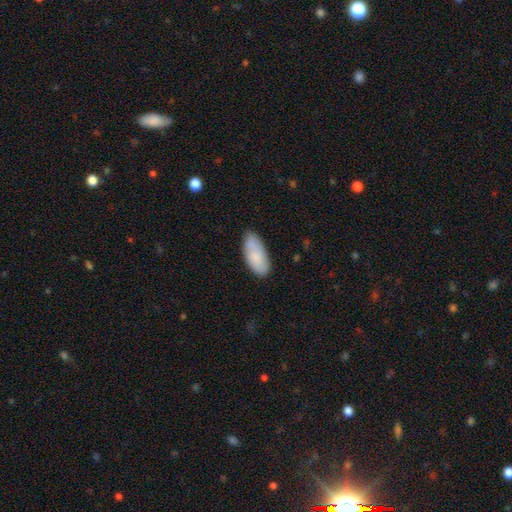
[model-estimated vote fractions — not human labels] This appears to be a smooth galaxy with no disk features (81%) that is in between round and cigar-shaped (89%). Merging: none (73%).